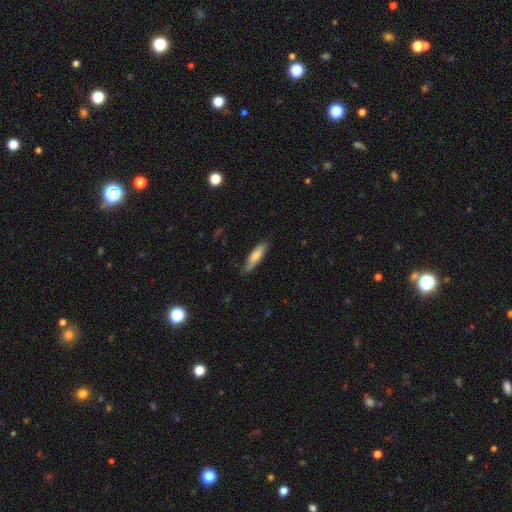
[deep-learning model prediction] Q: Smooth or featured?
A: smooth (70%); runner-up: featured or disk (24%)
Q: How rounded?
A: cigar-shaped (62%); runner-up: in between (36%)
Q: Merging?
A: none (72%); runner-up: minor disturbance (23%)